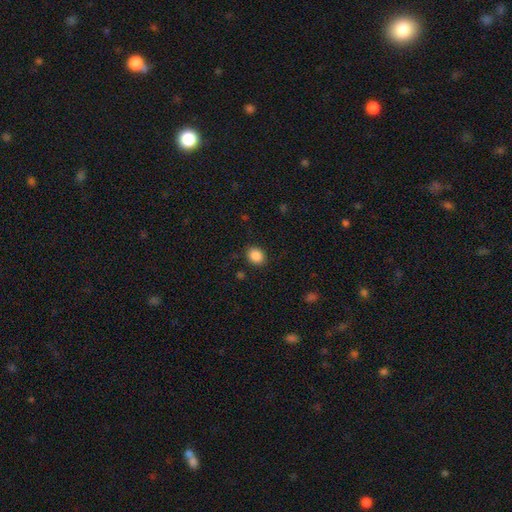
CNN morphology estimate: Q: Smooth or featured?
A: smooth (88%); runner-up: star or artifact (9%)
Q: How rounded?
A: round (57%); runner-up: in between (42%)
Q: Merging?
A: none (88%); runner-up: minor disturbance (8%)